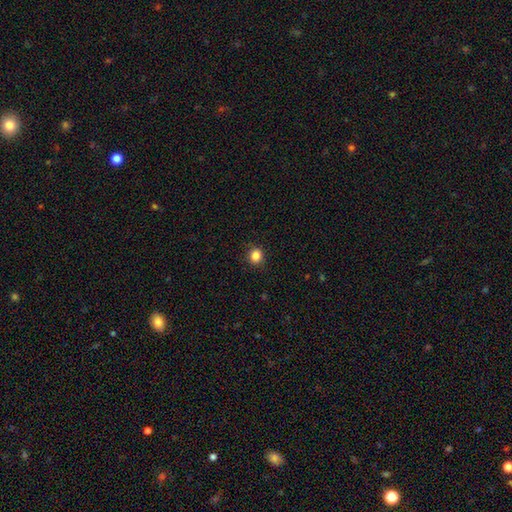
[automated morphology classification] smooth 85%, star or artifact 11%, featured or disk 4%. Down the decision tree: how rounded — round (87%); merging — none (90%).